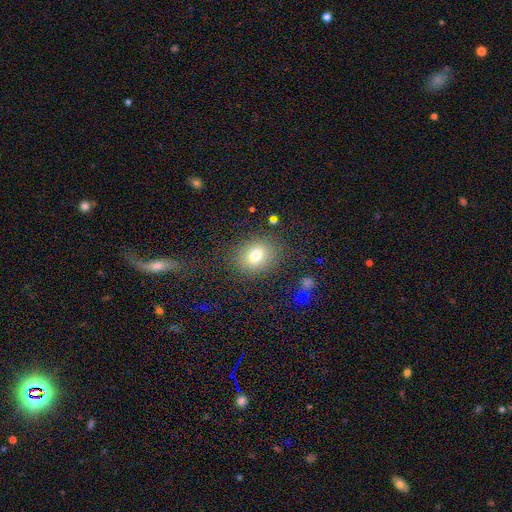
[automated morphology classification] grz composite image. It shows a smooth galaxy with no disk features (76%) that is round (57%). Merging: none (82%).